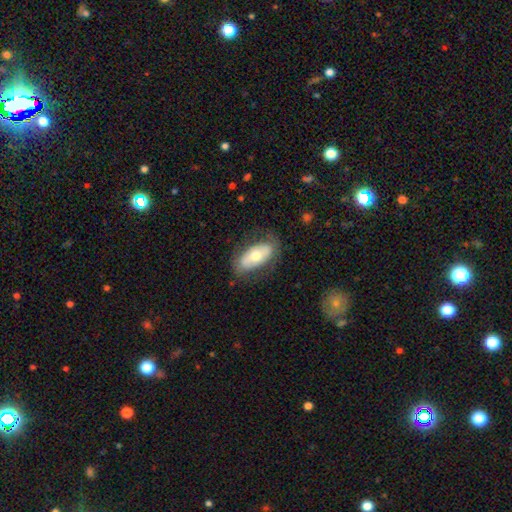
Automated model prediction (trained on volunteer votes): This is possibly a smooth galaxy (54%). How rounded: clearly in between (92%). Merging: likely none (74%).